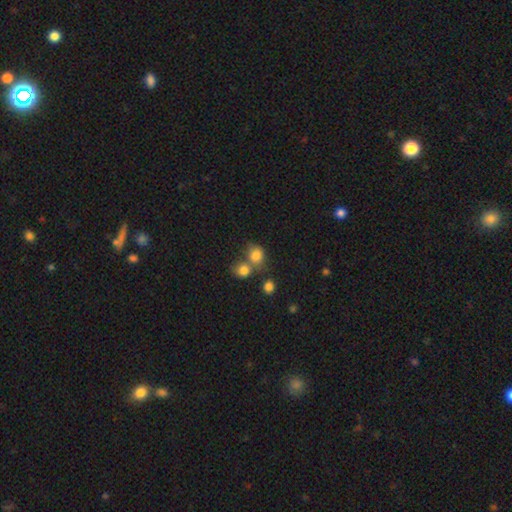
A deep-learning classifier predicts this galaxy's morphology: This appears to be a smooth galaxy with no disk features (80%) that is round (73%). Merging: merger (43%).